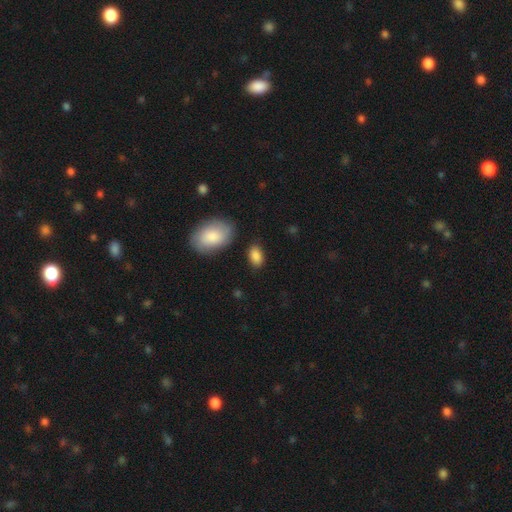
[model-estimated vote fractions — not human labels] A smooth galaxy with no disk features (88%) that is in between round and cigar-shaped (93%).

Vote fractions:
- Smooth or featured? smooth: 88% / star or artifact: 7% / featured or disk: 5%
- How rounded? in between: 93% / round: 6% / cigar-shaped: 2%
- Merging? none: 81% / minor disturbance: 12% / merger: 4% / major disturbance: 3%